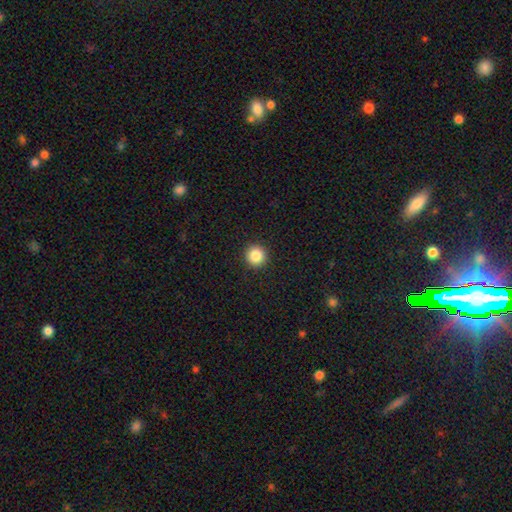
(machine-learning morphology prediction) smooth-or-featured: smooth: 86% | star or artifact: 10% | featured or disk: 4%
  how-rounded: round: 96% | in between: 3% | cigar-shaped: 1%
  merging: none: 93% | minor disturbance: 4% | major disturbance: 2% | merger: 1%